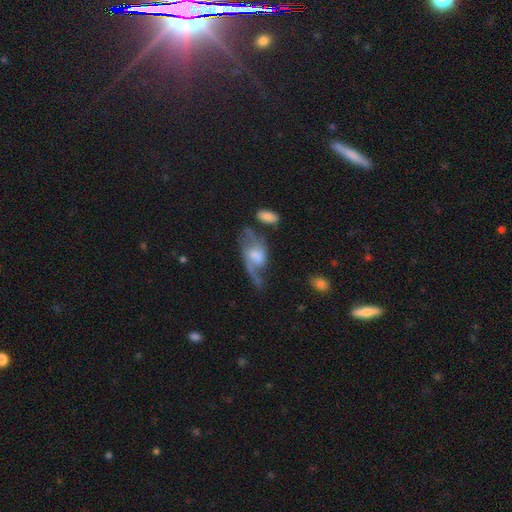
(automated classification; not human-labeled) Smooth or featured? featured or disk (73%)
Edge-on disk? no (92%)
Bar? no (45%)
Spiral arms? yes (85%)
Spiral winding? loose (63%)
Spiral arm count? 2 (69%)
Bulge size? moderate (33%)
Merging? none (36%)